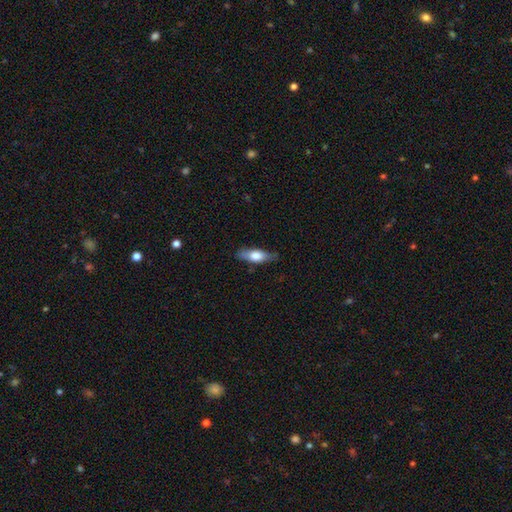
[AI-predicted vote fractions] Smooth or featured?
  - smooth: 65% *
  - featured or disk: 29%
  - star or artifact: 6%
How rounded?
  - in between: 62% *
  - cigar-shaped: 36%
  - round: 3%
Merging?
  - none: 78% *
  - minor disturbance: 18%
  - major disturbance: 3%
  - merger: 1%